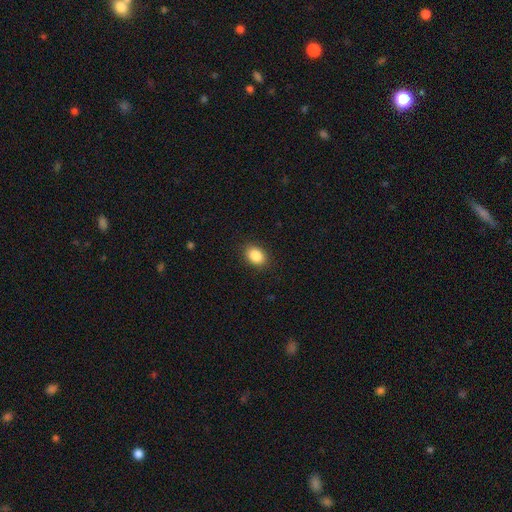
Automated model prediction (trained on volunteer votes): smooth_or_featured: smooth (p=0.87) [alt: star or artifact p=0.08]
how_rounded: in between (p=0.73) [alt: round p=0.26]
merging: none (p=0.89) [alt: minor disturbance p=0.08]